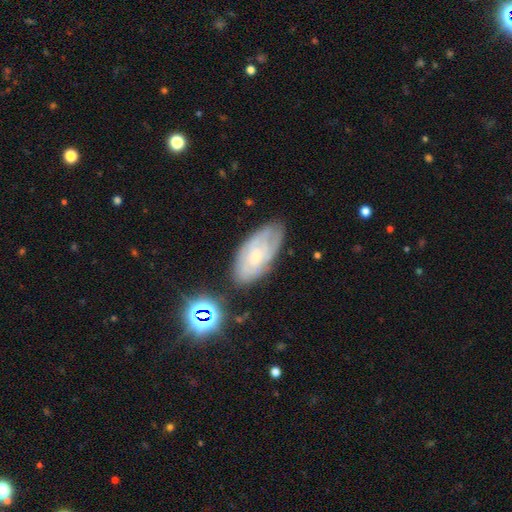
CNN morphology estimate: smooth_or_featured: featured or disk (p=0.56) [alt: smooth p=0.33]
disk_edge_on: no (p=0.91) [alt: yes p=0.09]
bar: no (p=0.81) [alt: weak p=0.16]
has_spiral_arms: yes (p=0.69) [alt: no p=0.31]
bulge_size: small (p=0.76) [alt: moderate p=0.18]
merging: none (p=0.68) [alt: minor disturbance p=0.22]